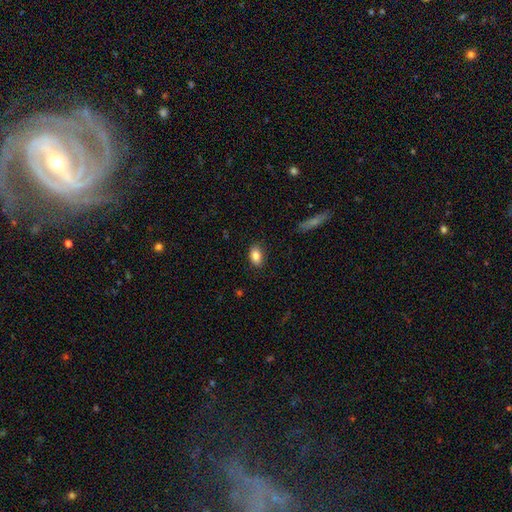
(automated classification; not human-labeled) Morphology: type=smooth (85%); roundness=in between (85%); merging=none (87%).